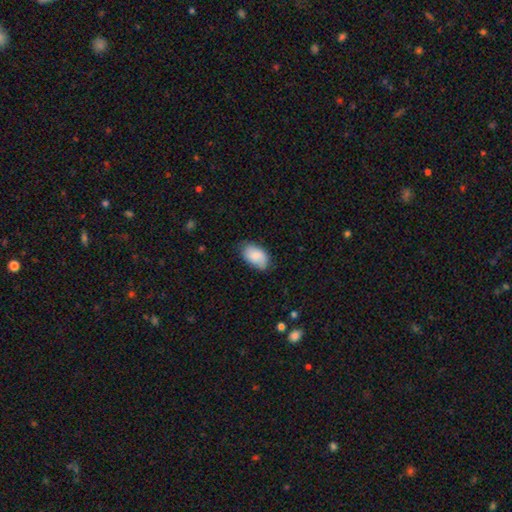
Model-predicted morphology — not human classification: smooth 84%, featured or disk 10%, star or artifact 6%. Down the decision tree: how rounded — in between (93%); merging — none (71%).